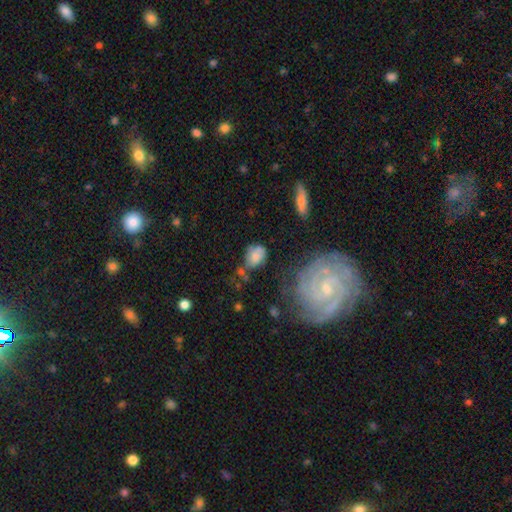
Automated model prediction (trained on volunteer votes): Smooth or featured? Predicted: smooth (p=0.65). How rounded? Predicted: in between (p=0.61). Merging? Predicted: none (p=0.46).